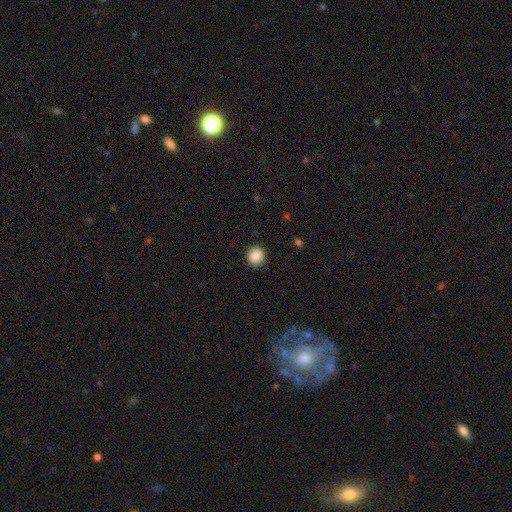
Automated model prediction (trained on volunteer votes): smooth 88%, star or artifact 9%, featured or disk 3%. Down the decision tree: how rounded — round (87%); merging — none (91%).